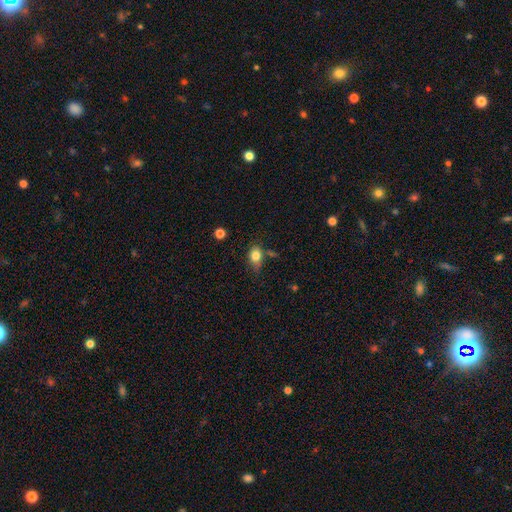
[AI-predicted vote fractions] smooth-or-featured: smooth: 81% | star or artifact: 10% | featured or disk: 10%
  how-rounded: in between: 67% | round: 30% | cigar-shaped: 2%
  merging: none: 52% | minor disturbance: 31% | major disturbance: 9% | merger: 7%